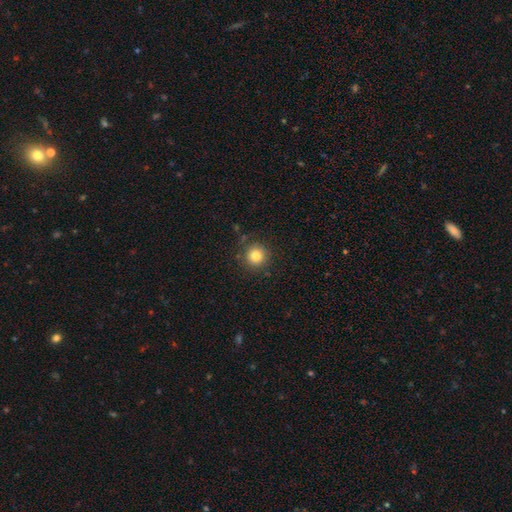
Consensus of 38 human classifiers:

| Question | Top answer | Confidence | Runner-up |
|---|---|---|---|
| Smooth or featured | smooth | 89% | star or artifact (8%) |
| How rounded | round | 100% | — |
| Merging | none | 86% | minor disturbance (6%) |